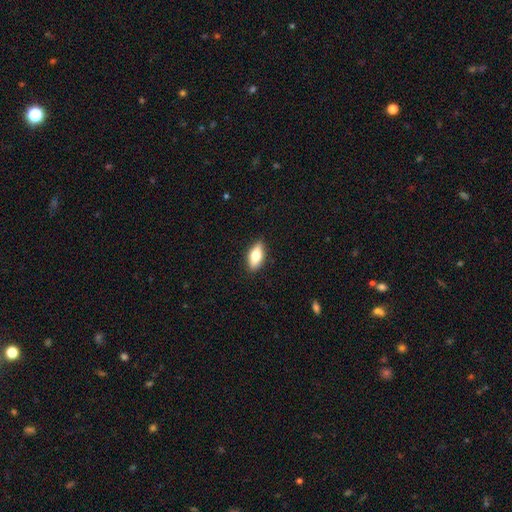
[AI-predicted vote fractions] Morphology: type=smooth (70%); roundness=in between (82%); merging=none (88%).